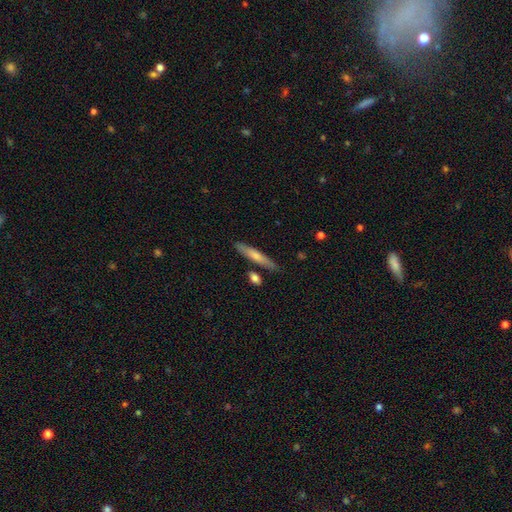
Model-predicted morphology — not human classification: Smooth or featured? smooth (62%)
How rounded? cigar-shaped (91%)
Merging? none (82%)